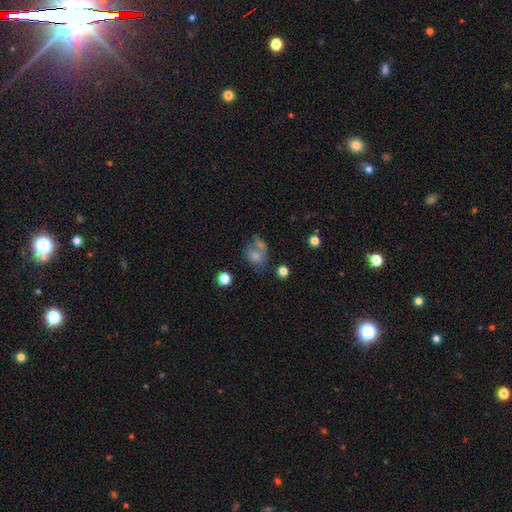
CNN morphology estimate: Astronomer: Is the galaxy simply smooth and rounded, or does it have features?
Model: smooth — 67%.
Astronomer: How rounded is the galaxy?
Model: in between — 51% (runner-up: round, 47%).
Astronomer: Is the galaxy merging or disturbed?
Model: merger — 37% (runner-up: none, 30%).